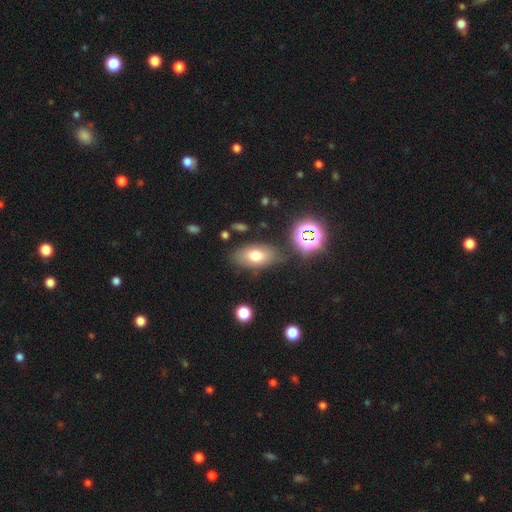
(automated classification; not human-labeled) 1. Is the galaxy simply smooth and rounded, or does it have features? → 70% smooth, 18% featured or disk, 12% star or artifact.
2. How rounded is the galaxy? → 89% in between, 7% round, 4% cigar-shaped.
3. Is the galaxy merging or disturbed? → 76% none, 14% minor disturbance, 5% merger, 4% major disturbance.